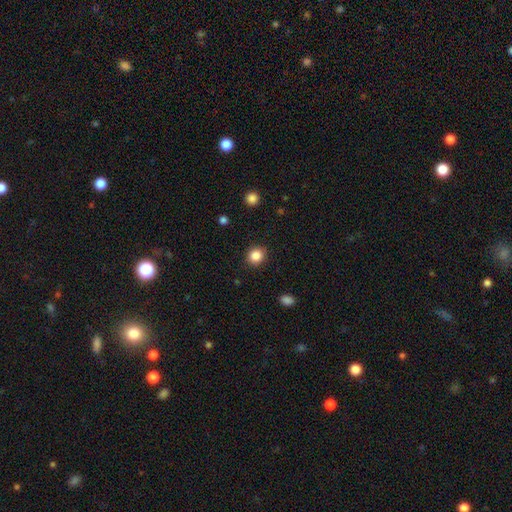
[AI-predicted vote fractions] Morphology: type=smooth (86%); roundness=round (85%); merging=none (90%).